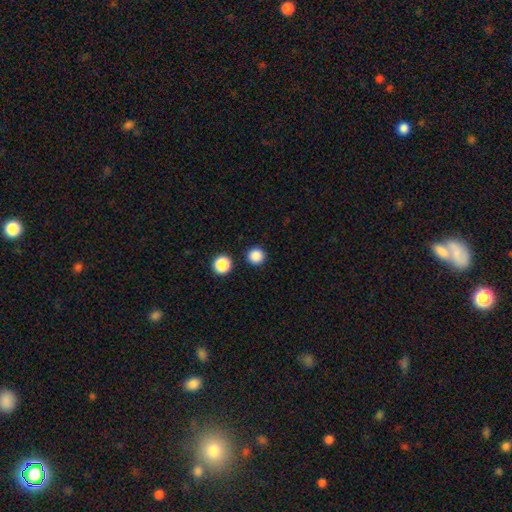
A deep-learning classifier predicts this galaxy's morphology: Q: Smooth or featured?
A: smooth (86%); runner-up: star or artifact (11%)
Q: How rounded?
A: round (96%); runner-up: in between (3%)
Q: Merging?
A: none (91%); runner-up: minor disturbance (5%)